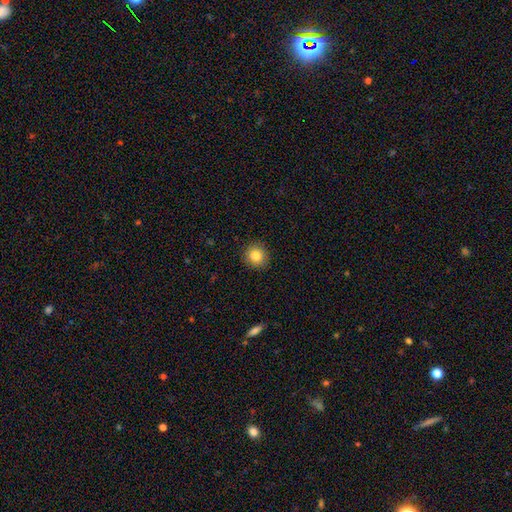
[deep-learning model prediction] This is clearly a smooth galaxy (84%). How rounded: clearly round (91%). Merging: clearly none (91%).